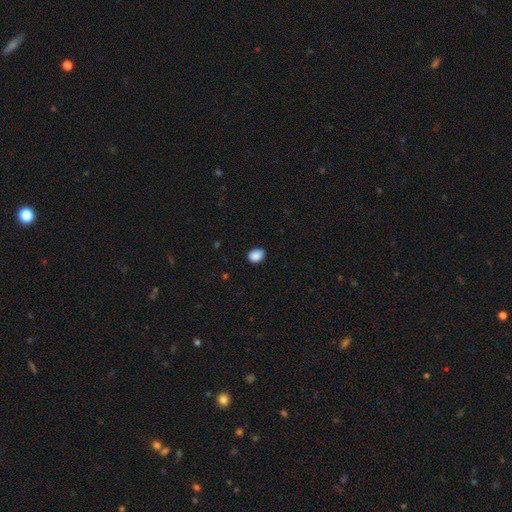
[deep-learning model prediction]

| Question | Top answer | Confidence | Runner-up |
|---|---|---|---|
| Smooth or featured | smooth | 88% | star or artifact (8%) |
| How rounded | in between | 61% | round (38%) |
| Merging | none | 84% | minor disturbance (13%) |